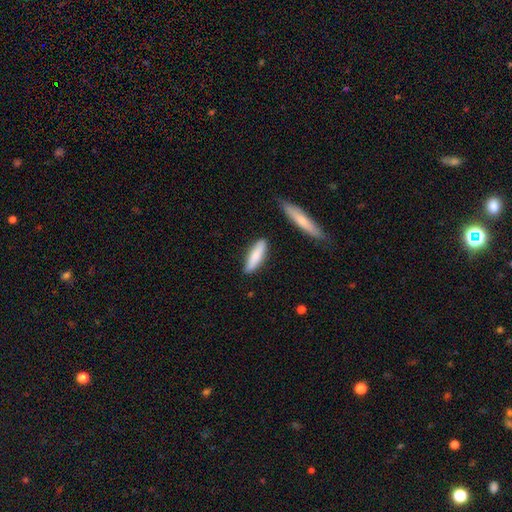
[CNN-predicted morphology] type=smooth (78%); roundness=cigar-shaped (64%); merging=none (83%).